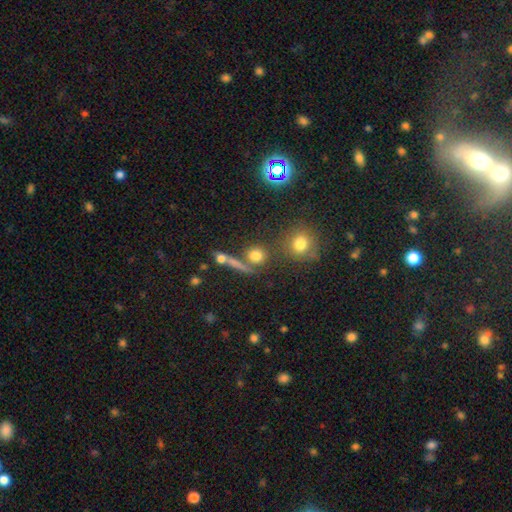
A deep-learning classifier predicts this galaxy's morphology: smooth_or_featured: smooth (p=0.72) [alt: star or artifact p=0.16]
how_rounded: round (p=0.85) [alt: in between p=0.09]
merging: none (p=0.69) [alt: merger p=0.17]